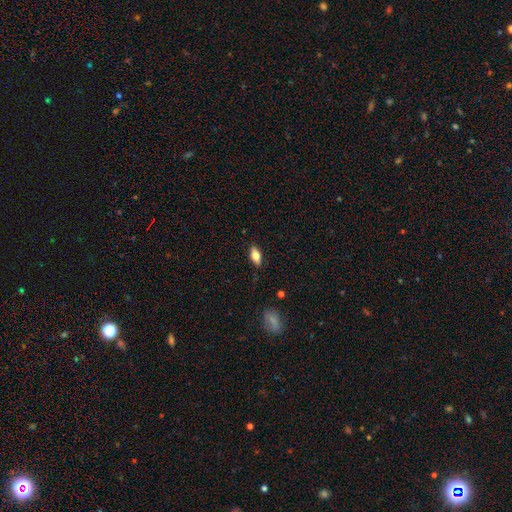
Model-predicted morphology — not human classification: A smooth galaxy with no disk features (68%) that is in between round and cigar-shaped (83%). Merging: none (86%).